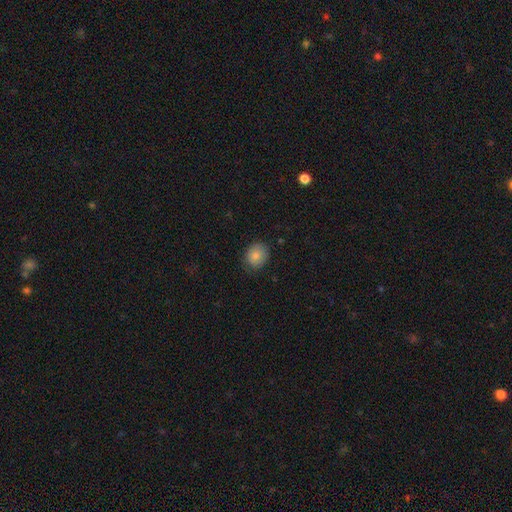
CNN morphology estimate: The model was most divided on "how rounded": round: 60%, in between: 39%, cigar-shaped: 1%. More confident: smooth or featured — smooth (82%); merging — none (77%).